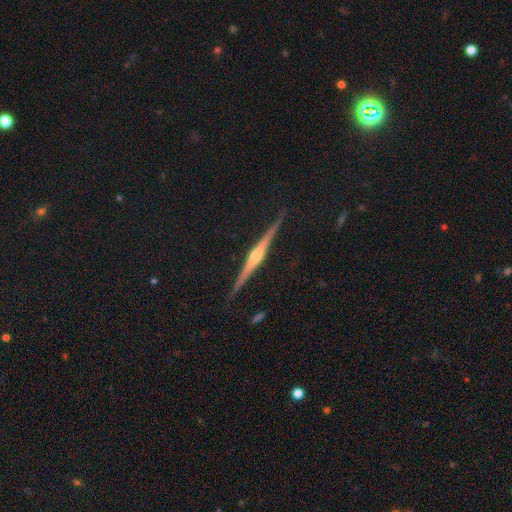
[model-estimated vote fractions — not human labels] Smooth or featured? Predicted: featured or disk (p=0.83). Edge-on disk? Predicted: yes (p=0.98). Edge-on bulge? Predicted: rounded (p=0.82). Merging? Predicted: none (p=0.90).